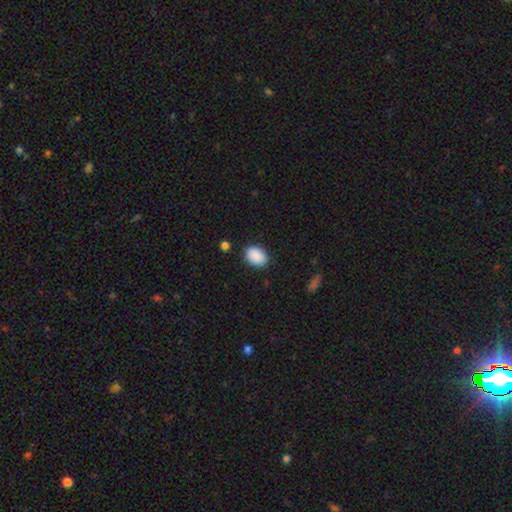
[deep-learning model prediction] smooth-or-featured: smooth: 90% | star or artifact: 7% | featured or disk: 3%
  how-rounded: in between: 80% | round: 19% | cigar-shaped: 1%
  merging: none: 85% | minor disturbance: 11% | major disturbance: 3% | merger: 2%